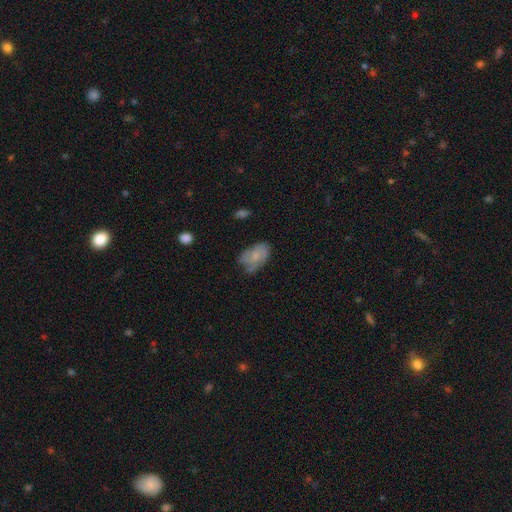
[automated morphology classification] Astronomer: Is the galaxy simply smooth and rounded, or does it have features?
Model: smooth — 50% (runner-up: featured or disk, 41%).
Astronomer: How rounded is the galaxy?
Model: in between — 90%.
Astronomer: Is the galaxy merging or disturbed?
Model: none — 54% (runner-up: minor disturbance, 30%).